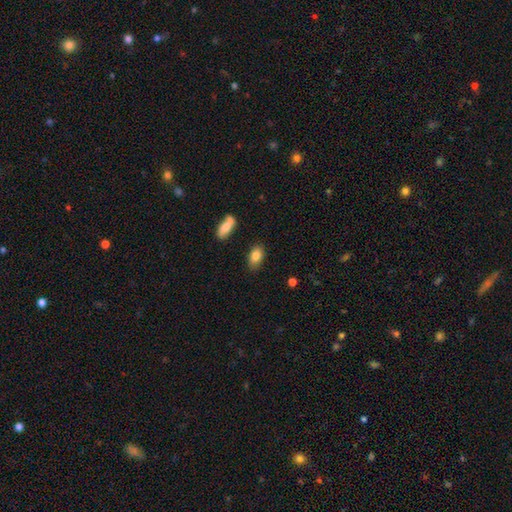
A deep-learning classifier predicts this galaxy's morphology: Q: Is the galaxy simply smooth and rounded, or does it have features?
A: smooth — 84%.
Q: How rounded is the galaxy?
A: in between — 90%.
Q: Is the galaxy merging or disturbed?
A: none — 82%.